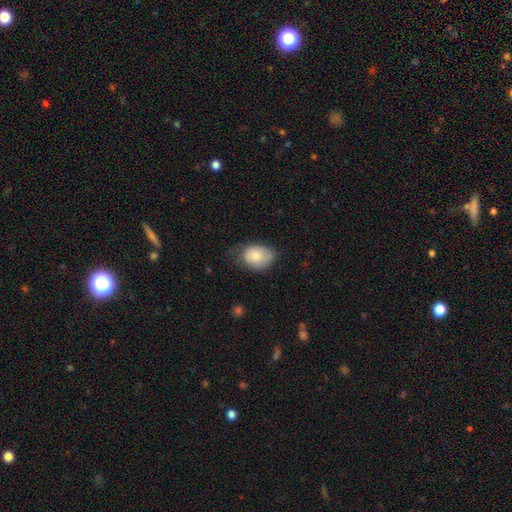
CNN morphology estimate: Smooth or featured: smooth — 79% (featured or disk — 15%)
How rounded: in between — 74% (round — 25%)
Merging: none — 49% (minor disturbance — 36%)